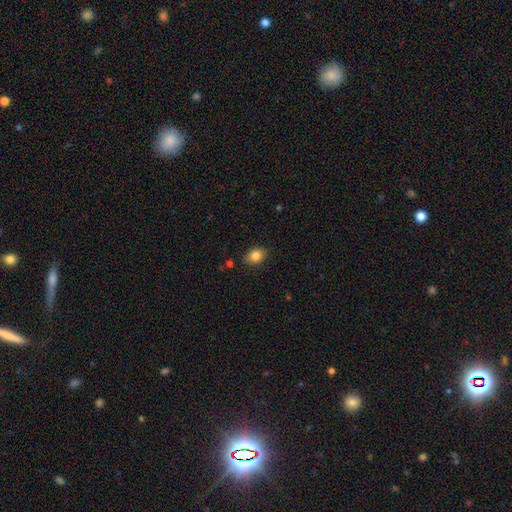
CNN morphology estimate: Smooth or featured?
  - smooth: 84% *
  - star or artifact: 9%
  - featured or disk: 7%
How rounded?
  - in between: 74% *
  - round: 25%
  - cigar-shaped: 1%
Merging?
  - none: 85% *
  - minor disturbance: 11%
  - major disturbance: 2%
  - merger: 1%